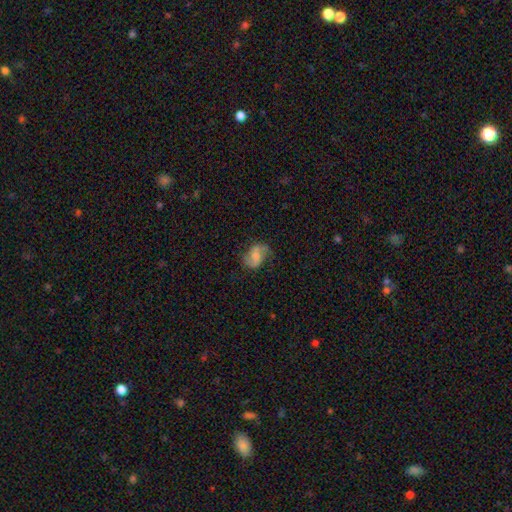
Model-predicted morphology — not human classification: Overall: featured or disk (66%; smooth 26%). Edge-on disk: no (97%). Bar: weak (45%; no 40%). Spiral arms: yes (91%). Spiral arm count: 2 (89%). Spiral winding: loose (51%; medium 38%). Bulge size: small (43%; moderate 38%). Merging: none (67%).